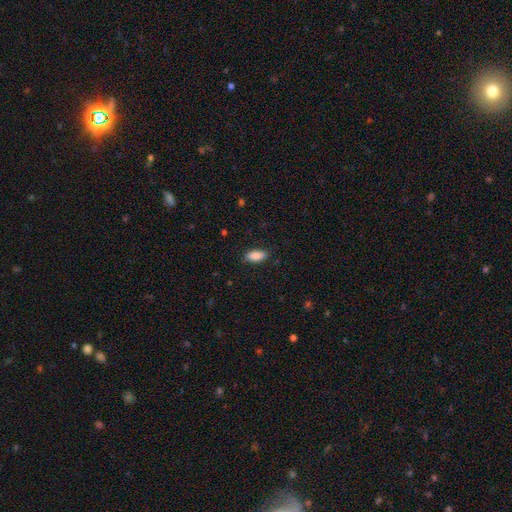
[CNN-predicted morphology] Q: Smooth or featured?
A: smooth (87%); runner-up: star or artifact (7%)
Q: How rounded?
A: in between (87%); runner-up: cigar-shaped (10%)
Q: Merging?
A: none (84%); runner-up: minor disturbance (12%)